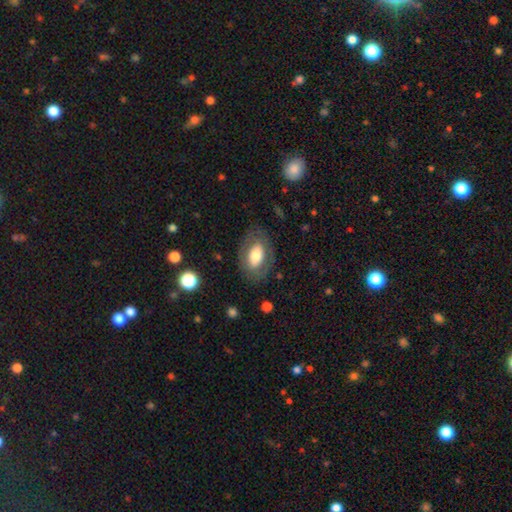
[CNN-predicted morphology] smooth_or_featured: smooth (p=0.59) [alt: featured or disk p=0.34]
how_rounded: in between (p=0.89) [alt: round p=0.10]
merging: none (p=0.77) [alt: minor disturbance p=0.13]